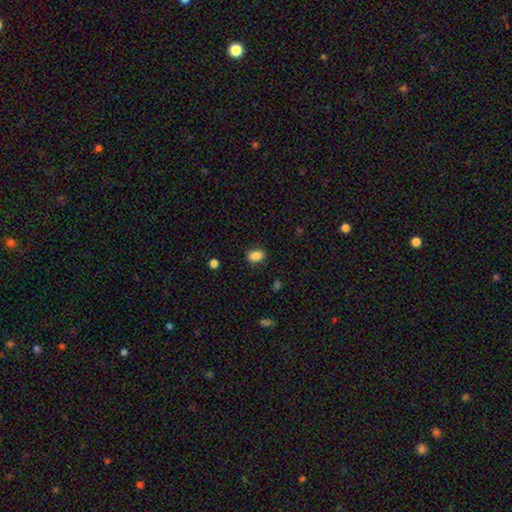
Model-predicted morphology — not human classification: Smooth or featured? Predicted: smooth (p=0.88). How rounded? Predicted: in between (p=0.73). Merging? Predicted: none (p=0.86).